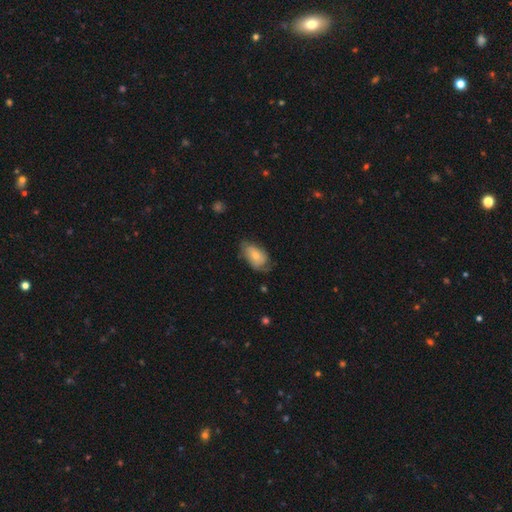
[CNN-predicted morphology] Smooth or featured? smooth (62%)
How rounded? in between (90%)
Merging? none (49%)